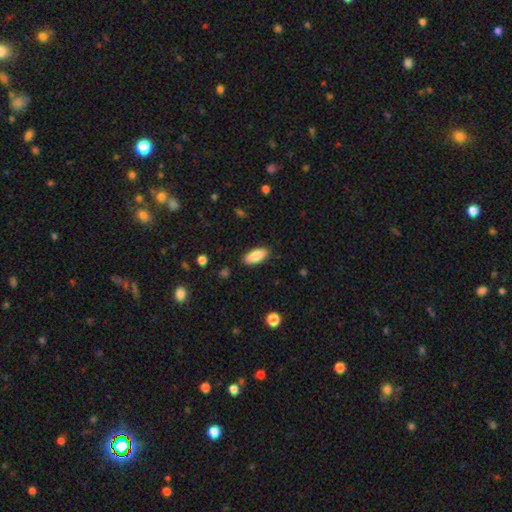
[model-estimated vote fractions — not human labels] smooth 85%, featured or disk 8%, star or artifact 7%. Down the decision tree: how rounded — in between (88%); merging — none (87%).